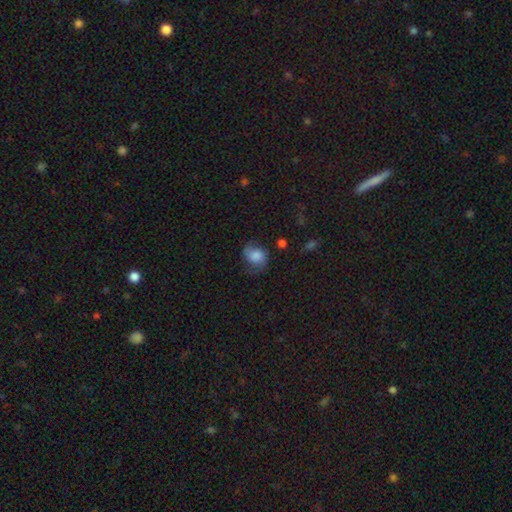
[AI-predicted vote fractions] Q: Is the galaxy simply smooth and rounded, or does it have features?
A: smooth — 62%.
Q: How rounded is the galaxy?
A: round — 55%.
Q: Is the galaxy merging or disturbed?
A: none — 55%.